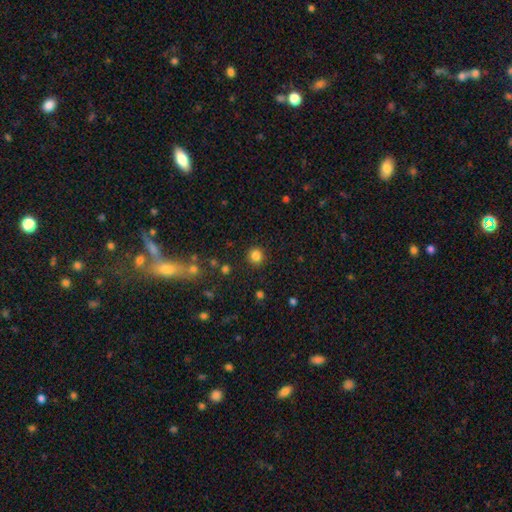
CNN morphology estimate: Q: Smooth or featured?
A: smooth (84%); runner-up: star or artifact (12%)
Q: How rounded?
A: round (87%); runner-up: in between (12%)
Q: Merging?
A: none (89%); runner-up: minor disturbance (7%)